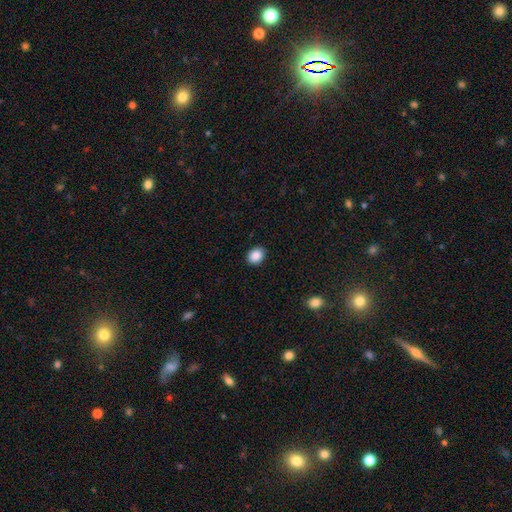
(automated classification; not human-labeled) smooth 89%, star or artifact 8%, featured or disk 3%. Down the decision tree: how rounded — in between (51%); merging — none (88%).